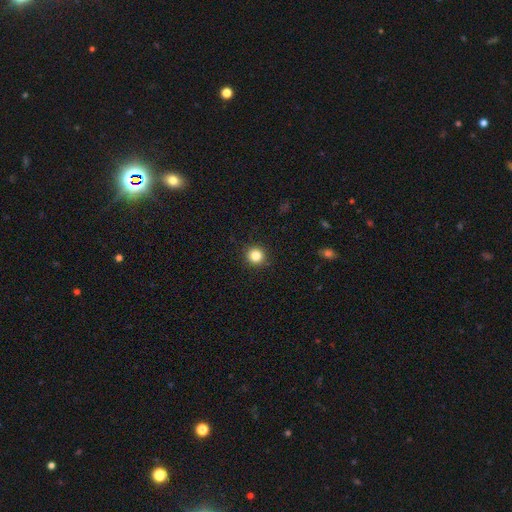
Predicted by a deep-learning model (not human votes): smooth 84%, star or artifact 11%, featured or disk 5%. Down the decision tree: how rounded — round (94%); merging — none (92%).